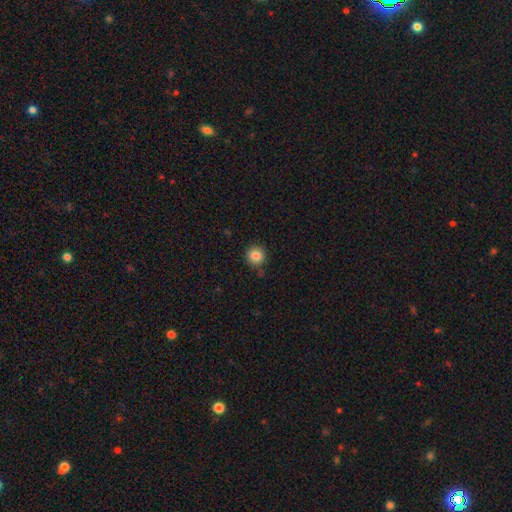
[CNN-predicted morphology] smooth-or-featured: smooth: 85% | star or artifact: 10% | featured or disk: 5%
  how-rounded: round: 93% | in between: 6% | cigar-shaped: 1%
  merging: none: 87% | minor disturbance: 9% | merger: 2% | major disturbance: 2%